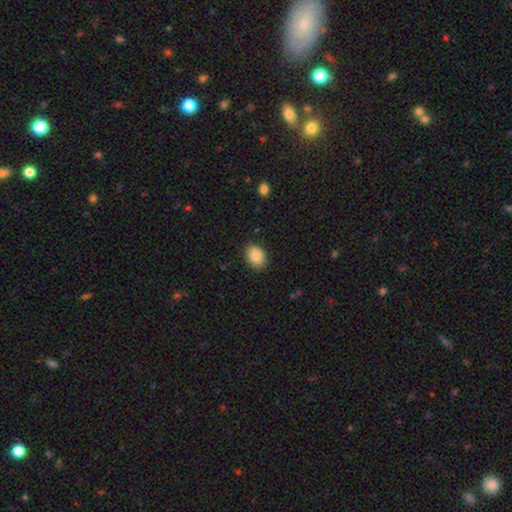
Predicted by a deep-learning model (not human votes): Smooth or featured: smooth — 87% (star or artifact — 8%)
How rounded: in between — 70% (round — 29%)
Merging: none — 86% (minor disturbance — 10%)